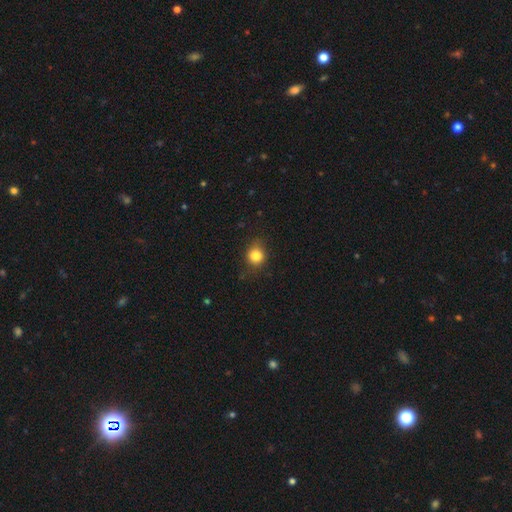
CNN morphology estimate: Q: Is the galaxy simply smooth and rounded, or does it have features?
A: smooth — 82%.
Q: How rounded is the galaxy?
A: round — 79%.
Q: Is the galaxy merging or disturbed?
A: none — 78%.